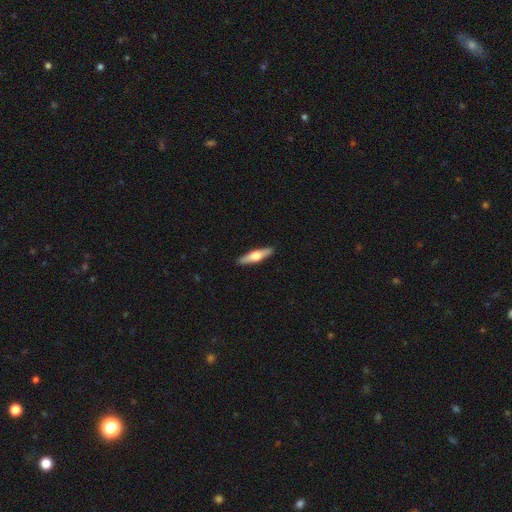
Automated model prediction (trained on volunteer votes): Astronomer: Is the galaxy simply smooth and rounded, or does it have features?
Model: featured or disk — 50% (runner-up: smooth, 45%).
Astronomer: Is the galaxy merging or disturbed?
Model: none — 91%.